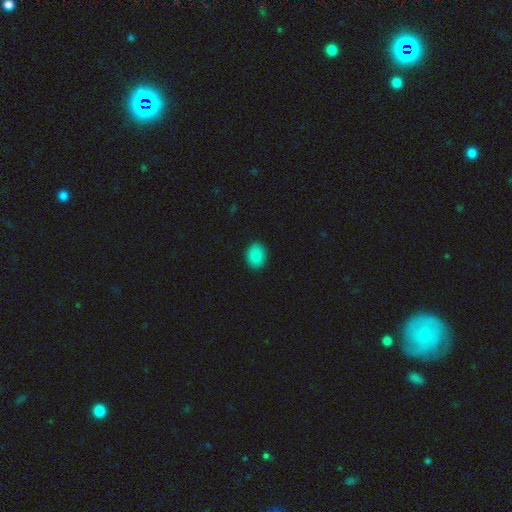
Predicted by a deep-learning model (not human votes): Overall: smooth (88%). How rounded: in between (57%; round 42%). Merging: none (89%).